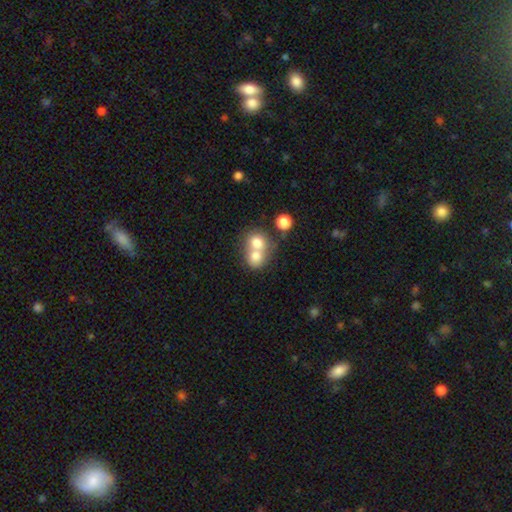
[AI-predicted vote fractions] A smooth galaxy with no disk features (73%) that is round (69%).

Vote fractions:
- Smooth or featured? smooth: 73% / featured or disk: 17% / star or artifact: 10%
- How rounded? round: 69% / in between: 30% / cigar-shaped: 1%
- Merging? merger: 69% / none: 23% / minor disturbance: 5% / major disturbance: 3%